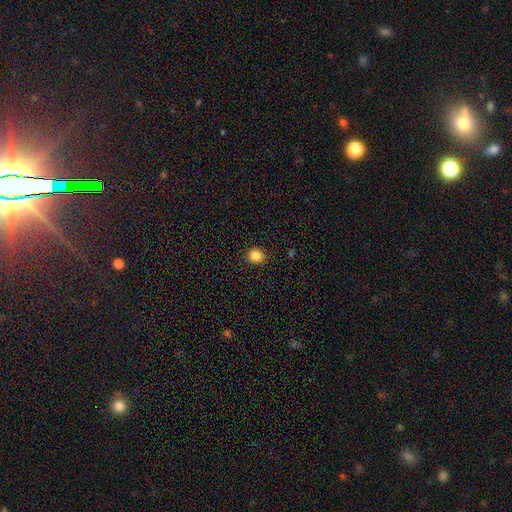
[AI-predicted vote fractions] Morphology: type=smooth (86%); roundness=round (77%); merging=none (91%).